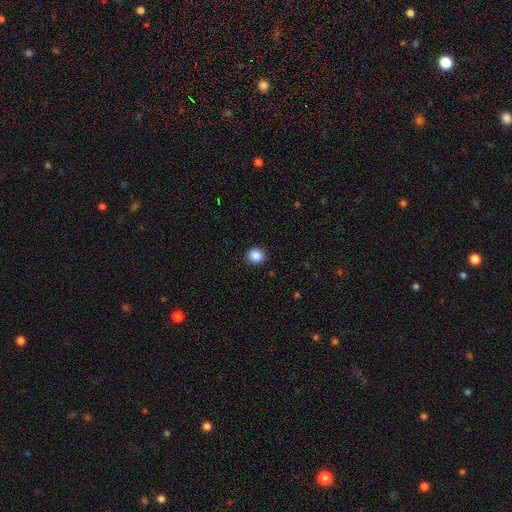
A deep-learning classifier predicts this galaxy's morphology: smooth-or-featured: smooth: 88% | star or artifact: 9% | featured or disk: 3%
  how-rounded: round: 85% | in between: 15% | cigar-shaped: 1%
  merging: none: 92% | minor disturbance: 6% | major disturbance: 2% | merger: 1%